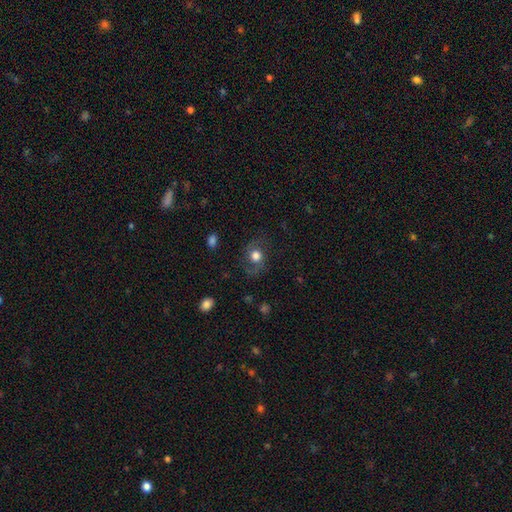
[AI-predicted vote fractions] Smooth or featured? Predicted: smooth (p=0.49). Merging? Predicted: none (p=0.71).